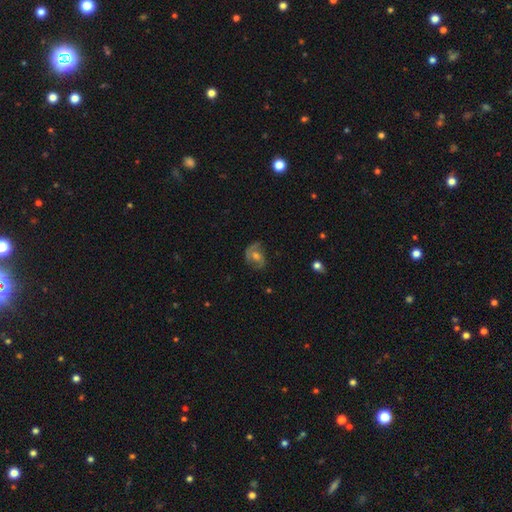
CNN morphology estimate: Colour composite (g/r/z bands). It shows a featured or disk galaxy (69%) with no bar (60%), 2 (75%) medium (49%) spiral arms (88%) and a moderate central bulge (62%). Merging: none (69%).